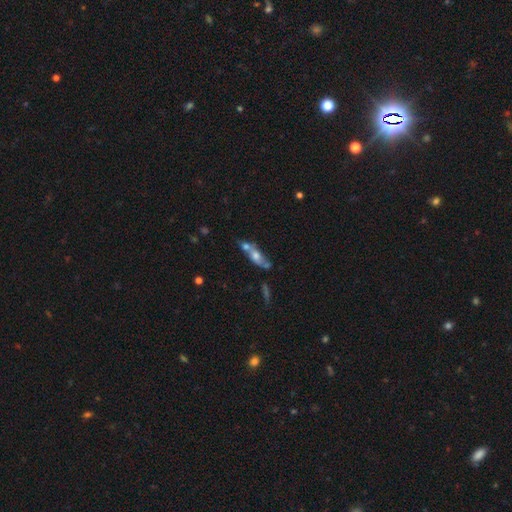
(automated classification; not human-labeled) Smooth or featured?
  - smooth: 51% *
  - featured or disk: 38%
  - star or artifact: 10%
How rounded?
  - in between: 55% *
  - cigar-shaped: 36%
  - round: 9%
Merging?
  - merger: 54% *
  - none: 26%
  - minor disturbance: 12%
  - major disturbance: 8%